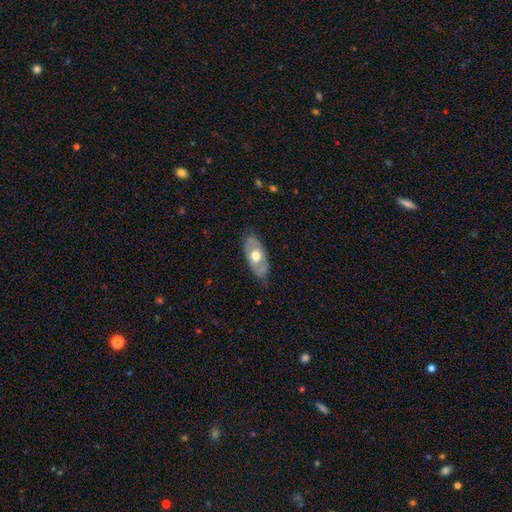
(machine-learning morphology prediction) Smooth or featured? featured or disk (51%)
Edge-on disk? no (82%)
Merging? none (74%)